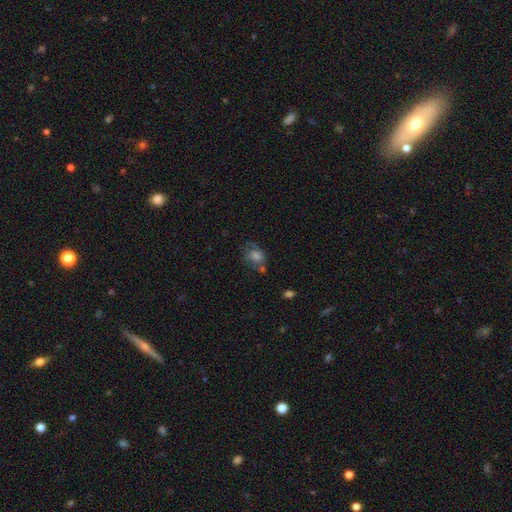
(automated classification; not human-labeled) Q: Smooth or featured?
A: smooth (58%); runner-up: featured or disk (25%)
Q: How rounded?
A: round (50%); runner-up: in between (48%)
Q: Merging?
A: none (57%); runner-up: minor disturbance (22%)